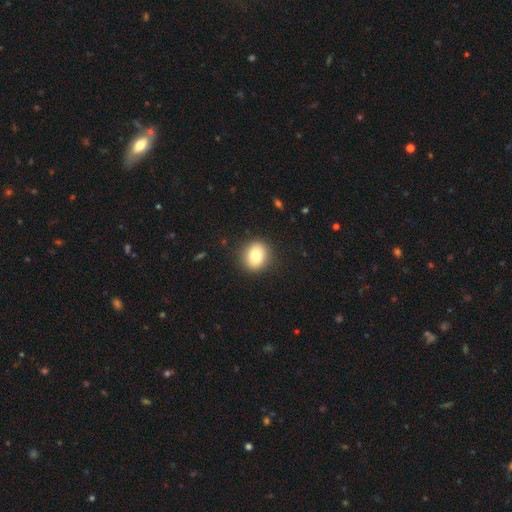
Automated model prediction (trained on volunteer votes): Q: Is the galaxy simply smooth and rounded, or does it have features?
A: smooth — 79%.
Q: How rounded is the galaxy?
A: round — 76%.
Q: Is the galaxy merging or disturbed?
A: none — 89%.